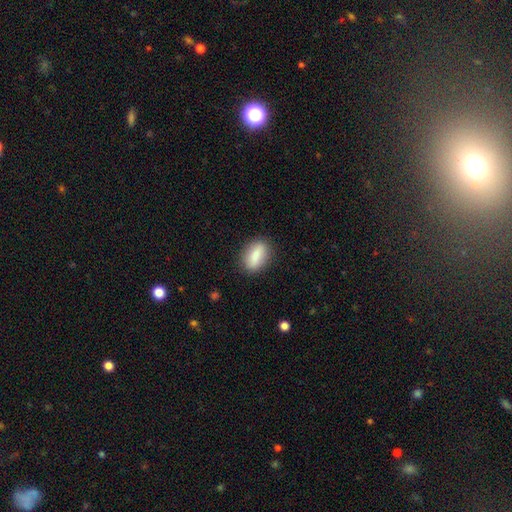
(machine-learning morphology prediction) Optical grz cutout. It shows a smooth galaxy with no disk features (83%) that is in between round and cigar-shaped (84%). Merging: none (86%).